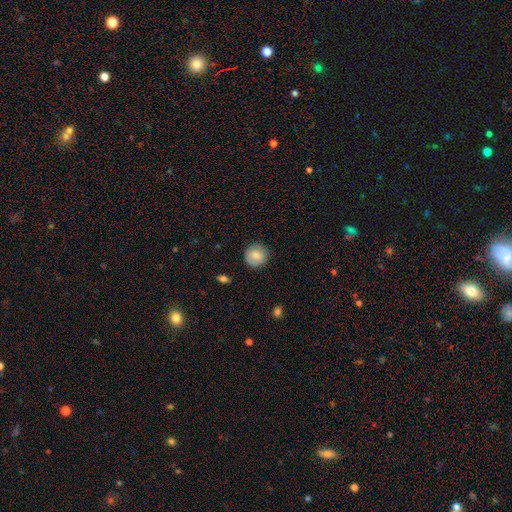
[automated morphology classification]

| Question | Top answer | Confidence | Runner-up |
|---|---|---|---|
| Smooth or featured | smooth | 78% | featured or disk (15%) |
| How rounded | round | 90% | in between (9%) |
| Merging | none | 86% | minor disturbance (11%) |